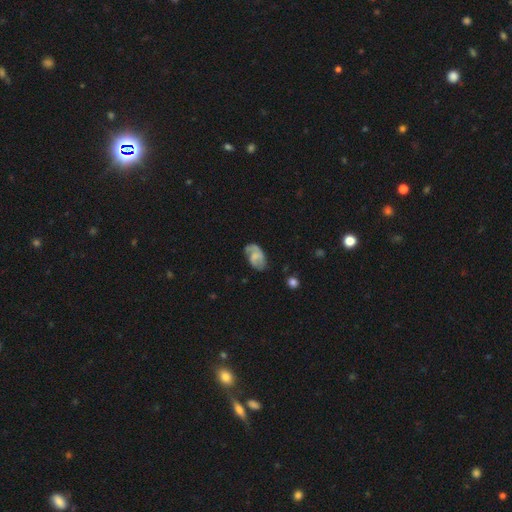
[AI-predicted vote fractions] smooth-or-featured: featured or disk: 61% | smooth: 32% | star or artifact: 8%
  disk-edge-on: no: 97% | yes: 3%
    bar: no: 51% | weak: 40% | strong: 9%
    has-spiral-arms: yes: 83% | no: 17%
    bulge-size: none: 38% | small: 34% | moderate: 22% | large: 4% | dominant: 1%
  merging: none: 54% | minor disturbance: 27% | major disturbance: 15% | merger: 3%